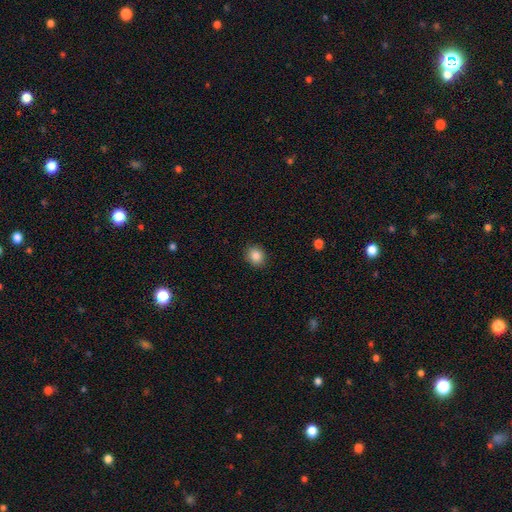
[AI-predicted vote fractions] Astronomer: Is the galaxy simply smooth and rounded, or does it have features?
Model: smooth — 85%.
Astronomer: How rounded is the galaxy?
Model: round — 74%.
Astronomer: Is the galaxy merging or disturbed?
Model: none — 89%.